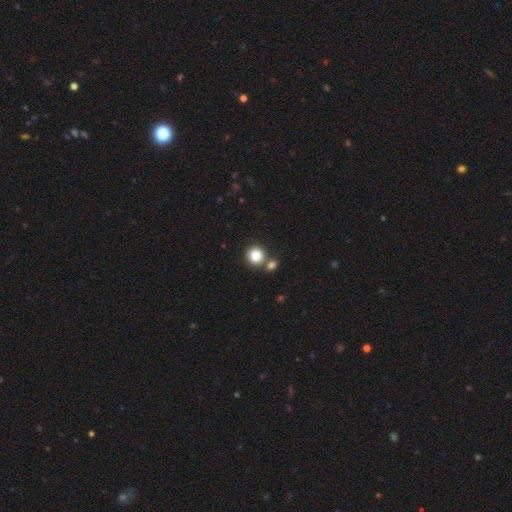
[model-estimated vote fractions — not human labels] Smooth or featured? smooth (85%)
How rounded? round (89%)
Merging? none (66%)